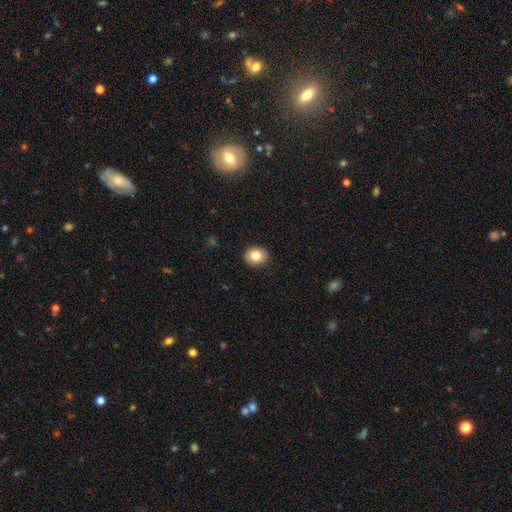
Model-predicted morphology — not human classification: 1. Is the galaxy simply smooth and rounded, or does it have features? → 82% smooth, 9% star or artifact, 9% featured or disk.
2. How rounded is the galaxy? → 72% round, 27% in between, 1% cigar-shaped.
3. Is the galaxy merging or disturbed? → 91% none, 6% minor disturbance, 2% major disturbance, 1% merger.